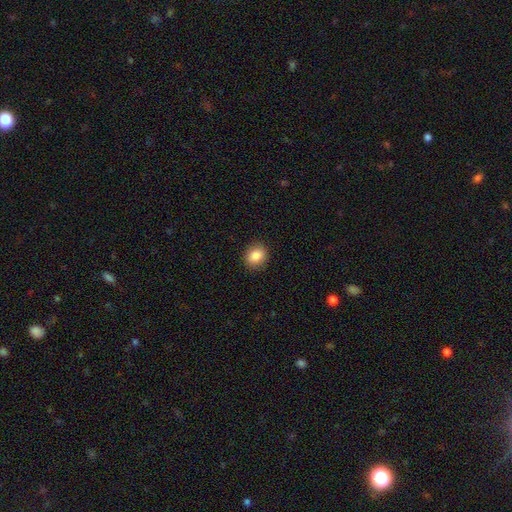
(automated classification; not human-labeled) Q: Smooth or featured?
A: smooth (86%); runner-up: star or artifact (9%)
Q: How rounded?
A: round (60%); runner-up: in between (39%)
Q: Merging?
A: none (89%); runner-up: minor disturbance (8%)